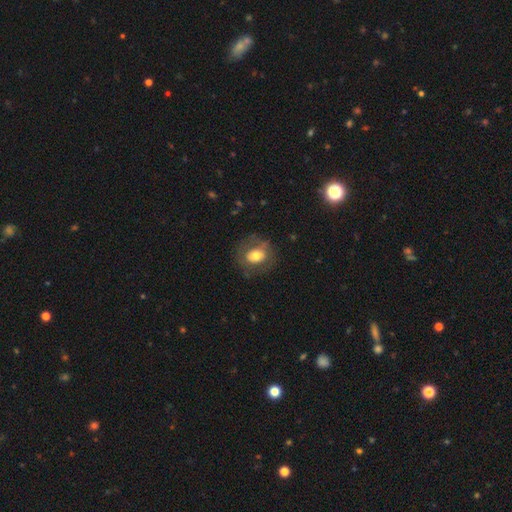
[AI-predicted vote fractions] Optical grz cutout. It shows a smooth galaxy with no disk features (66%) that is round (54%). Merging: none (72%).